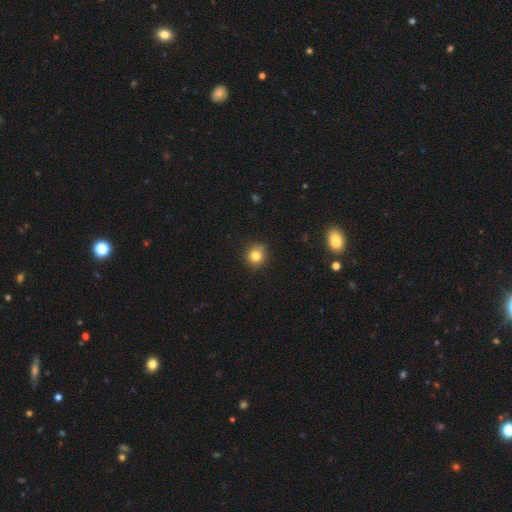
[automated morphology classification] This is likely a smooth galaxy (80%). How rounded: clearly round (85%). Merging: clearly none (84%).